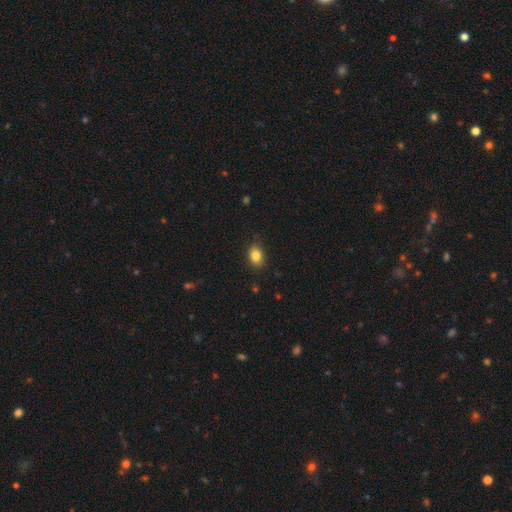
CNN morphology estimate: type=smooth (85%); roundness=in between (69%); merging=none (82%).